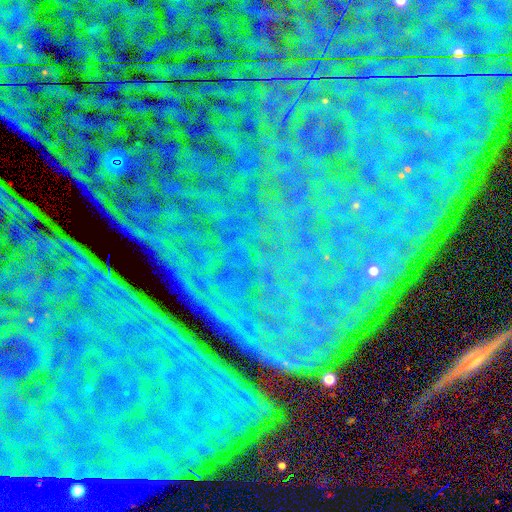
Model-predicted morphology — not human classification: The model was most divided on "smooth or featured": star or artifact: 86%, featured or disk: 8%, smooth: 6%.